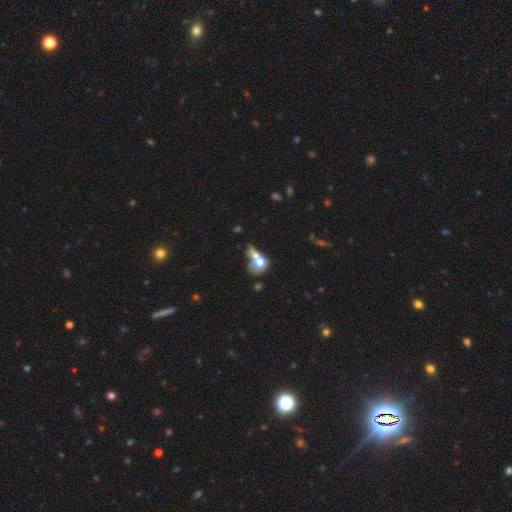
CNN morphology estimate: type=smooth (63%); roundness=round (54%); merging=merger (51%).